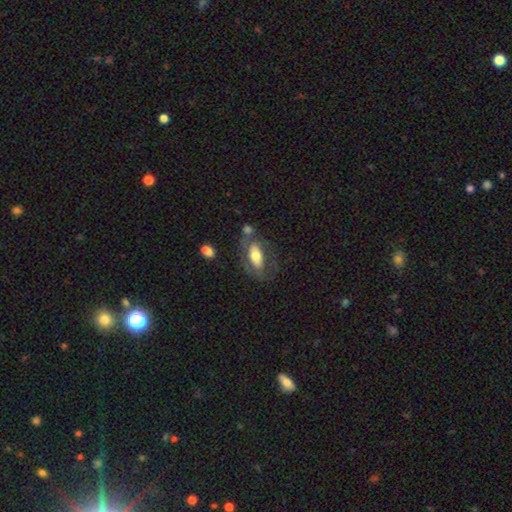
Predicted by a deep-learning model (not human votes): Q: Smooth or featured?
A: smooth (55%); runner-up: featured or disk (39%)
Q: How rounded?
A: in between (87%); runner-up: cigar-shaped (9%)
Q: Merging?
A: none (52%); runner-up: minor disturbance (20%)